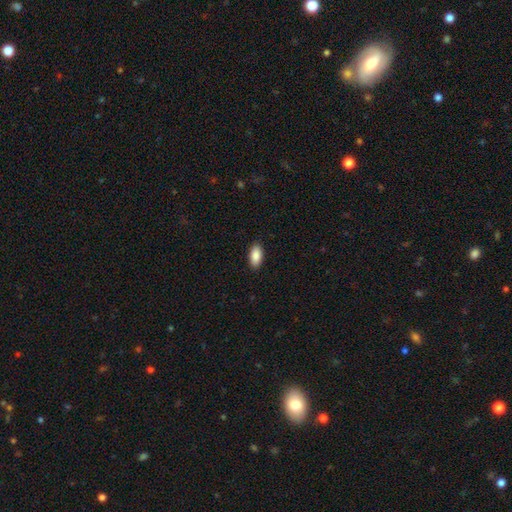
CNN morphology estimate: smooth-or-featured: smooth: 89% | star or artifact: 6% | featured or disk: 5%
  how-rounded: in between: 91% | cigar-shaped: 7% | round: 2%
  merging: none: 90% | minor disturbance: 7% | major disturbance: 2% | merger: 1%